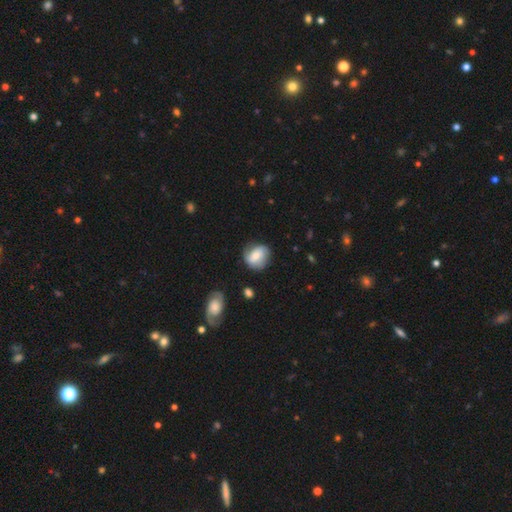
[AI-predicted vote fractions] Smooth or featured?
  - smooth: 52% *
  - featured or disk: 41%
  - star or artifact: 7%
How rounded?
  - round: 67% *
  - in between: 31%
  - cigar-shaped: 1%
Merging?
  - none: 66% *
  - minor disturbance: 24%
  - major disturbance: 7%
  - merger: 2%